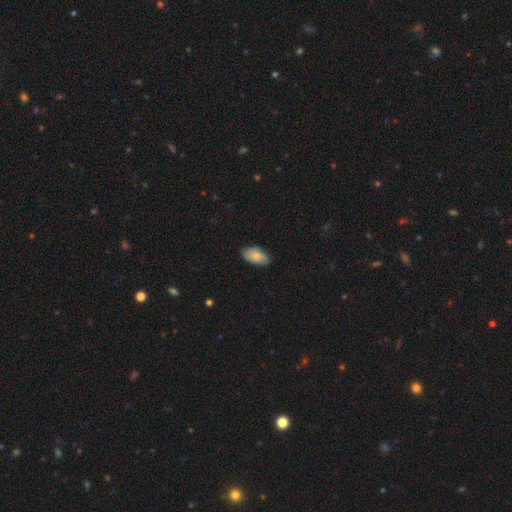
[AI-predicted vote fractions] Morphology: type=smooth (78%); roundness=in between (94%); merging=none (81%).